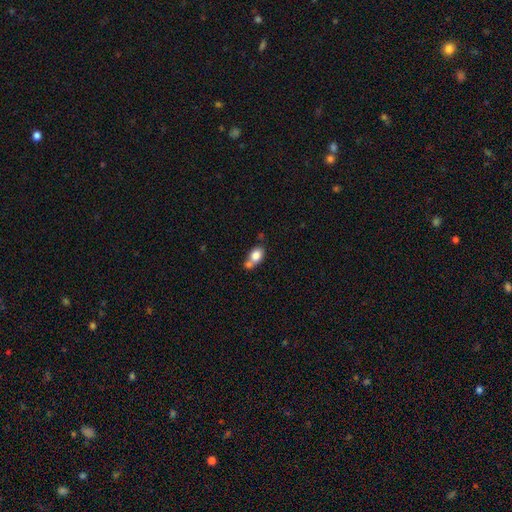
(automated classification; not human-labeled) Q: Smooth or featured?
A: smooth (80%); runner-up: featured or disk (12%)
Q: How rounded?
A: in between (72%); runner-up: round (26%)
Q: Merging?
A: merger (44%); runner-up: none (38%)